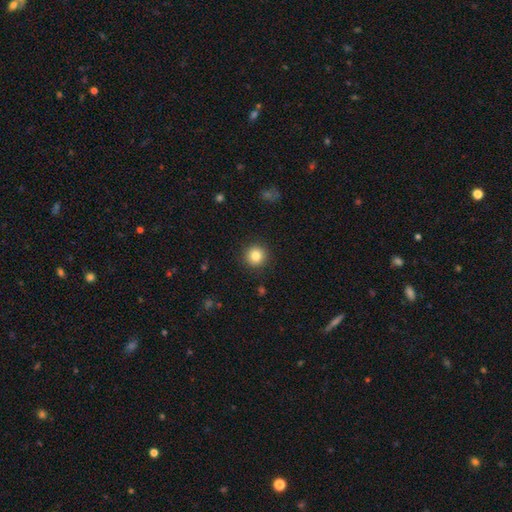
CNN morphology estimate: Smooth or featured? smooth (83%)
How rounded? round (94%)
Merging? none (91%)